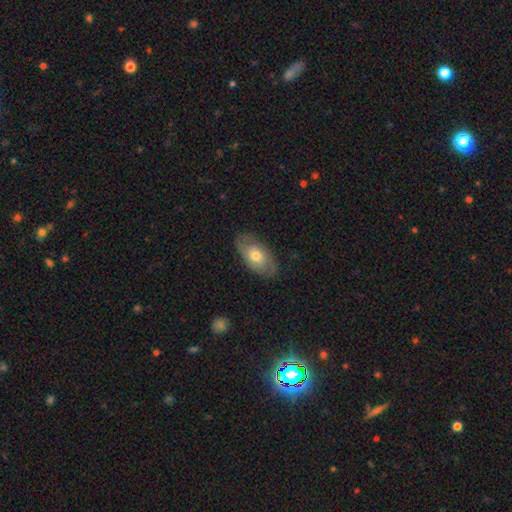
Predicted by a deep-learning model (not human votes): smooth 56%, featured or disk 38%, star or artifact 6%. Down the decision tree: how rounded — in between (91%); merging — none (78%).